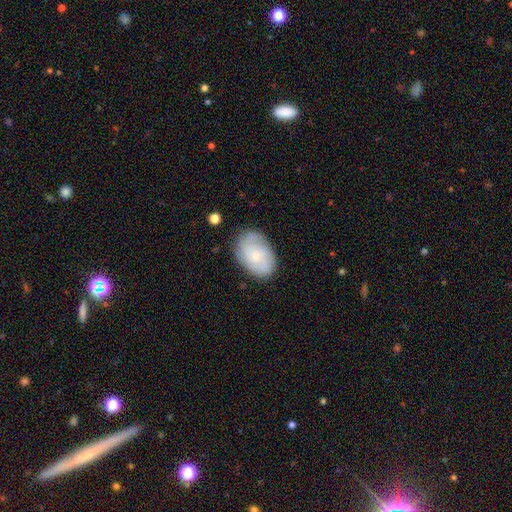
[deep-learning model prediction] This appears to be a smooth galaxy with no disk features (48%). Merging: none (76%).